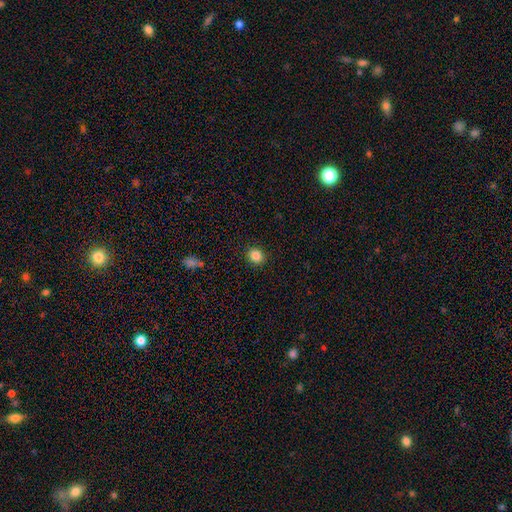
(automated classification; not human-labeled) Smooth or featured? Predicted: smooth (p=0.85). How rounded? Predicted: round (p=0.80). Merging? Predicted: none (p=0.91).